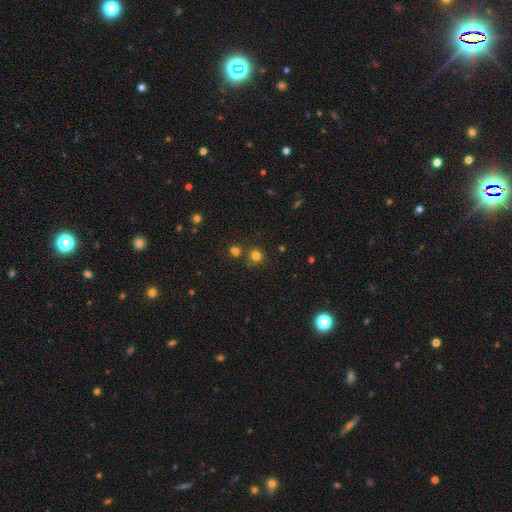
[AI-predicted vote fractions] This appears to be a smooth galaxy with no disk features (76%) that is round (86%). Merging: none (73%).